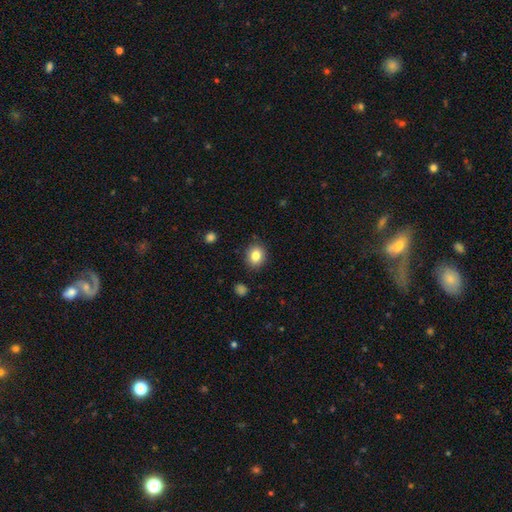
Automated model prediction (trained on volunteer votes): smooth 83%, star or artifact 10%, featured or disk 7%. Down the decision tree: how rounded — round (61%); merging — none (87%).